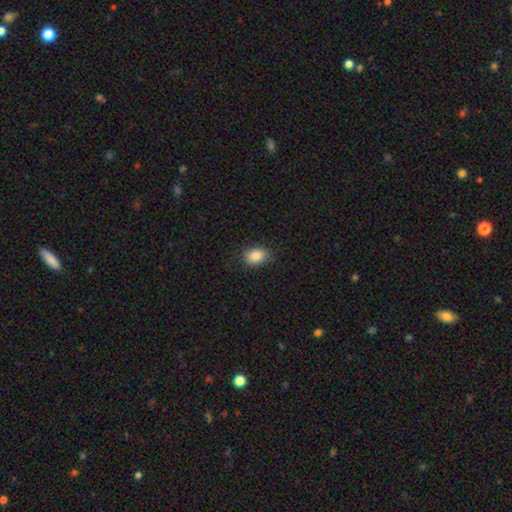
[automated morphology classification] Smooth or featured? smooth (86%)
How rounded? in between (75%)
Merging? none (85%)